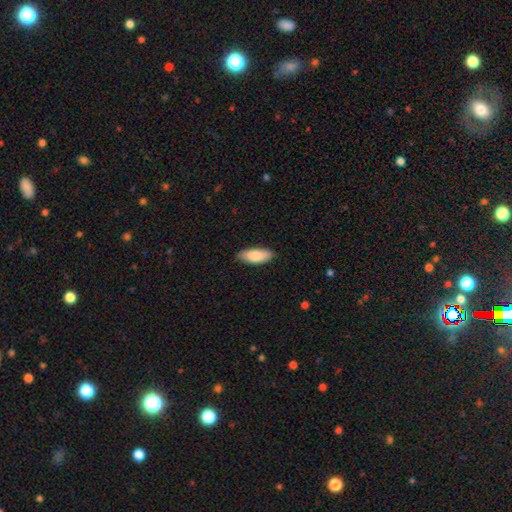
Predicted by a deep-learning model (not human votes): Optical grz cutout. It shows a smooth galaxy with no disk features (86%) that is in between round and cigar-shaped (82%). Merging: none (87%).